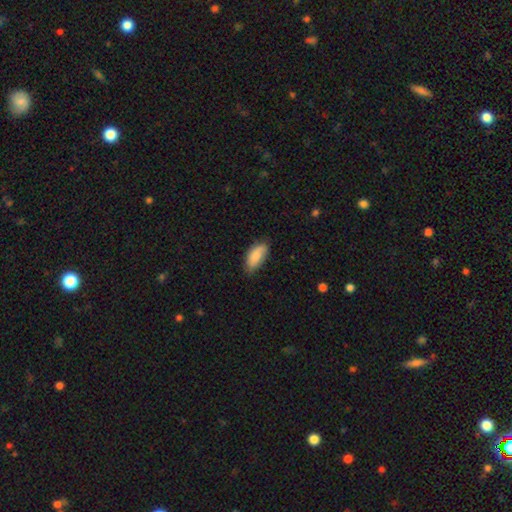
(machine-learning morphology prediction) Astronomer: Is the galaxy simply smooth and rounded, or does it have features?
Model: smooth — 84%.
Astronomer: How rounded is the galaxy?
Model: in between — 90%.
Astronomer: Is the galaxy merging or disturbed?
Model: none — 73%.